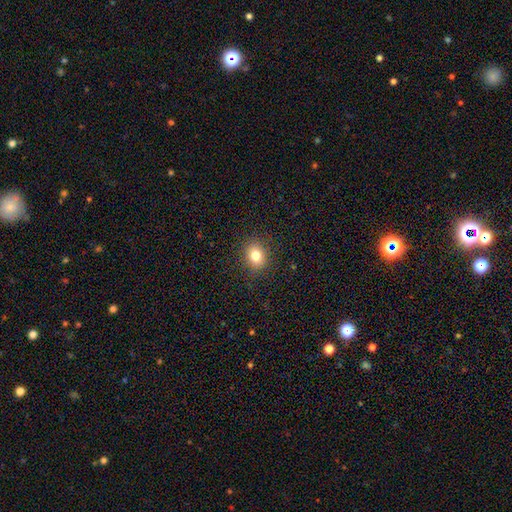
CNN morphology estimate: Smooth or featured: smooth — 80% (star or artifact — 12%)
How rounded: round — 51% (in between — 48%)
Merging: none — 88% (minor disturbance — 8%)